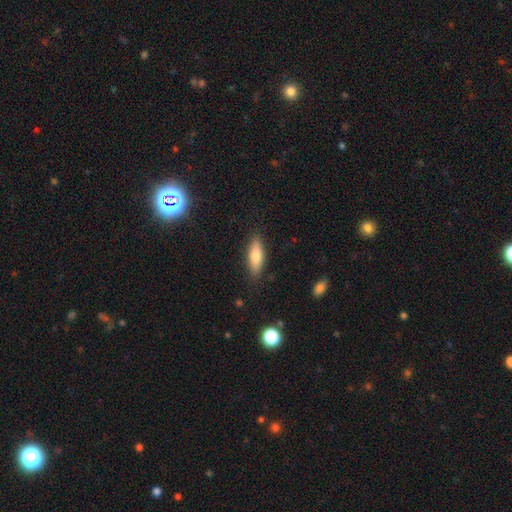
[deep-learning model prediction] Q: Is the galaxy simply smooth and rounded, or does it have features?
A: smooth — 72%.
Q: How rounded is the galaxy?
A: in between — 53%.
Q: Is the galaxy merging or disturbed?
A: none — 86%.